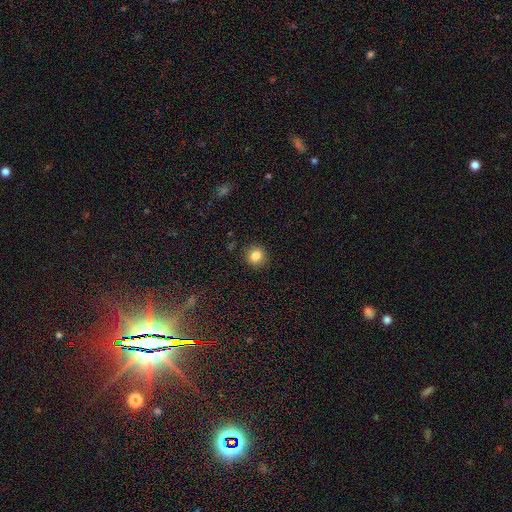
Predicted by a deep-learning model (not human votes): A smooth galaxy with no disk features (83%) that is round (89%).

Vote fractions:
- Smooth or featured? smooth: 83% / star or artifact: 11% / featured or disk: 6%
- How rounded? round: 89% / in between: 10% / cigar-shaped: 1%
- Merging? none: 89% / minor disturbance: 8% / major disturbance: 2% / merger: 1%